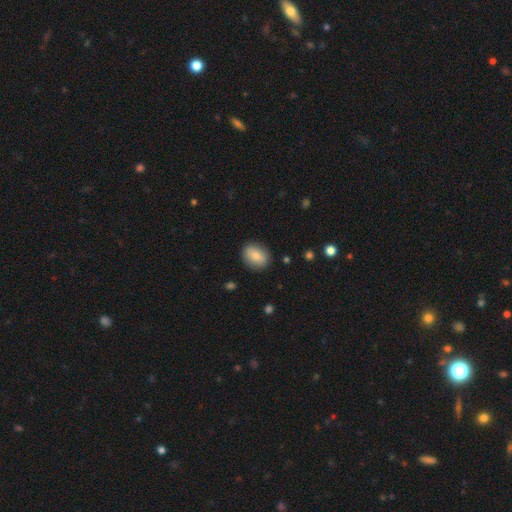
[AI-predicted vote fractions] Smooth or featured?
  - smooth: 77% *
  - featured or disk: 15%
  - star or artifact: 8%
How rounded?
  - in between: 58% *
  - round: 40%
  - cigar-shaped: 1%
Merging?
  - none: 86% *
  - minor disturbance: 10%
  - major disturbance: 3%
  - merger: 1%